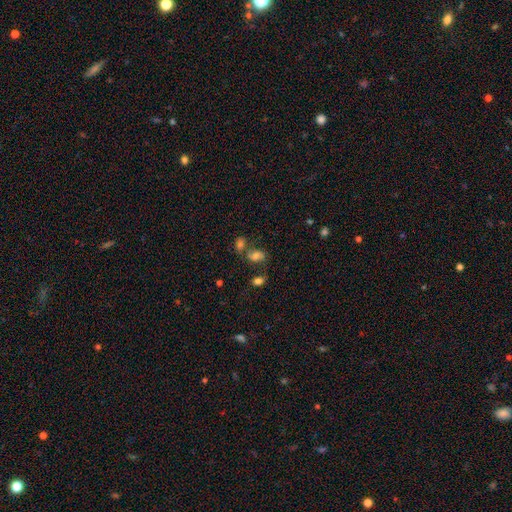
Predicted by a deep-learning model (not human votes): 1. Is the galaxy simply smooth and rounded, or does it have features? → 56% smooth, 30% featured or disk, 14% star or artifact.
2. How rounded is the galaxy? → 81% in between, 16% round, 2% cigar-shaped.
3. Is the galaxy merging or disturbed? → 41% none, 33% merger, 16% minor disturbance, 10% major disturbance.